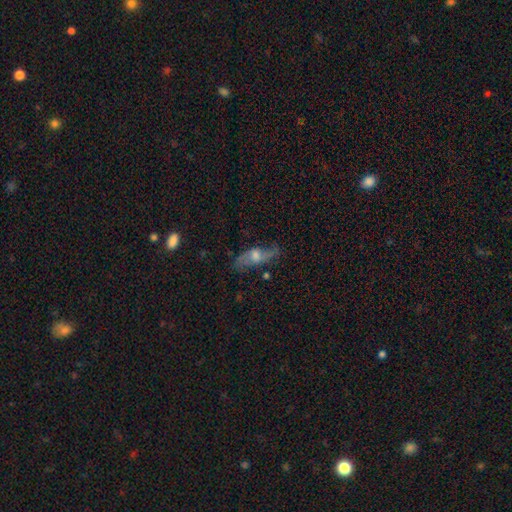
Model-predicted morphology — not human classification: smooth-or-featured: featured or disk: 65% | smooth: 27% | star or artifact: 9%
  disk-edge-on: no: 72% | yes: 28%
  merging: none: 69% | minor disturbance: 19% | major disturbance: 9% | merger: 3%